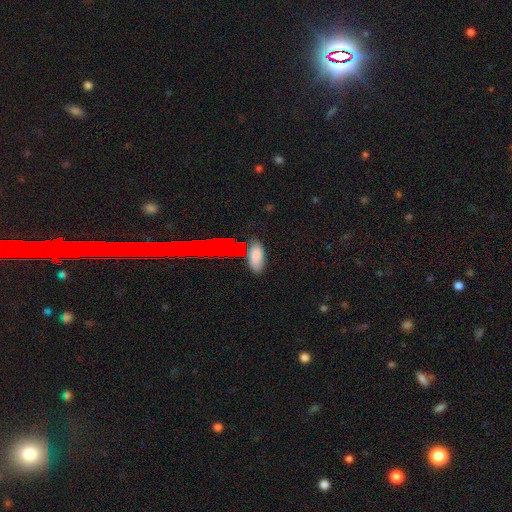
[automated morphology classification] type=smooth (75%); roundness=in between (85%); merging=none (67%).